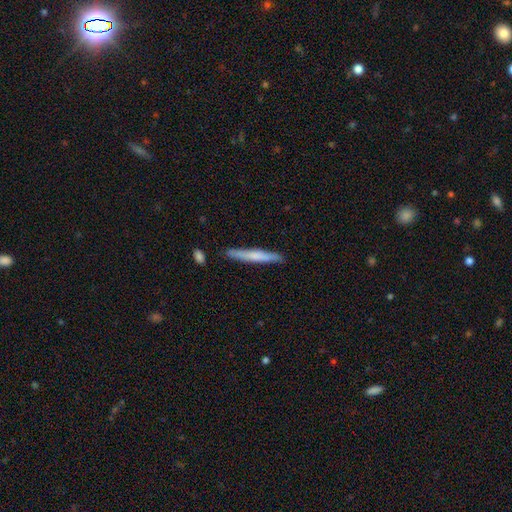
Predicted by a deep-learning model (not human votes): Smooth or featured? Predicted: smooth (p=0.60). How rounded? Predicted: cigar-shaped (p=0.96). Merging? Predicted: none (p=0.85).